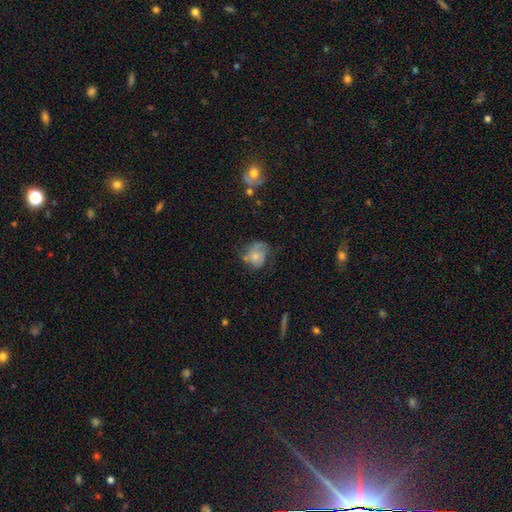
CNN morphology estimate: smooth-or-featured: smooth: 57% | featured or disk: 34% | star or artifact: 9%
  how-rounded: round: 62% | in between: 38% | cigar-shaped: 1%
  merging: none: 42% | minor disturbance: 33% | major disturbance: 21% | merger: 5%